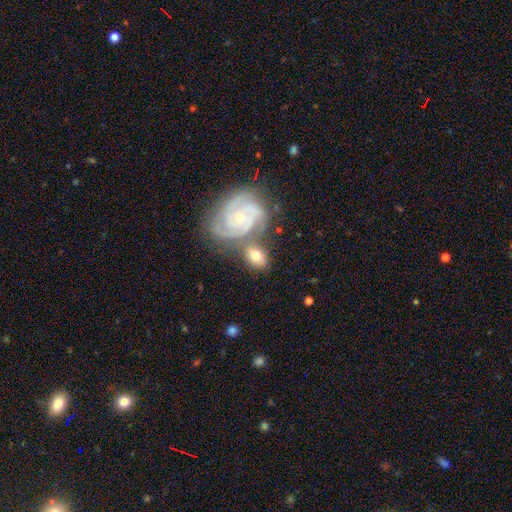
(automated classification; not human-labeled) This appears to be a featured or disk galaxy (56%) with no bar (63%), spiral arms (93%) and a small central bulge (56%). Merging: none (54%).